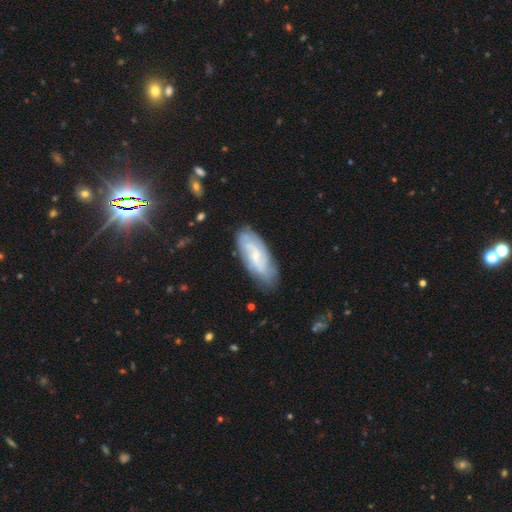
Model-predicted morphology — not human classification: This is likely a featured or disk galaxy (64%). It is clearly not viewed edge-on (90%). Bar: possibly no (49%). Spiral arm pattern: clearly yes (88%). Spiral arm count: marginally can't tell (43%). Spiral winding: possibly tight (45%). Central bulge: likely small (69%). Merging: likely none (76%).